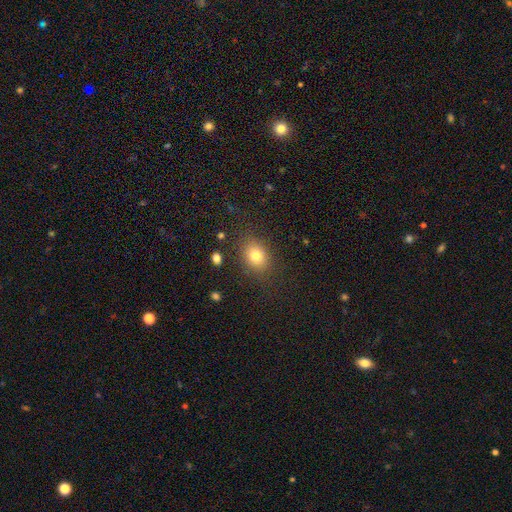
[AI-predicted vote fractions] Smooth or featured? Predicted: smooth (p=0.81). How rounded? Predicted: in between (p=0.59). Merging? Predicted: none (p=0.82).